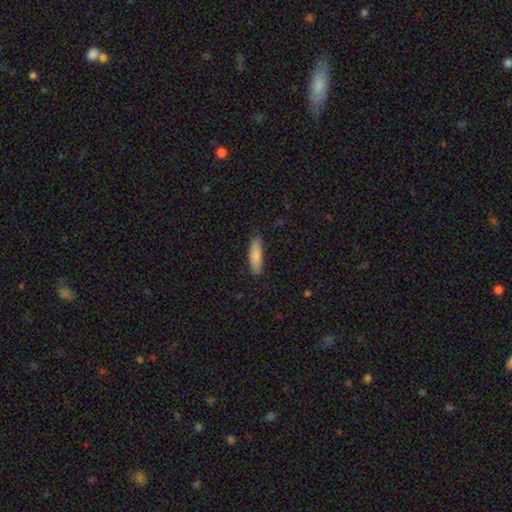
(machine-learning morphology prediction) type=smooth (82%); roundness=cigar-shaped (61%); merging=none (84%).